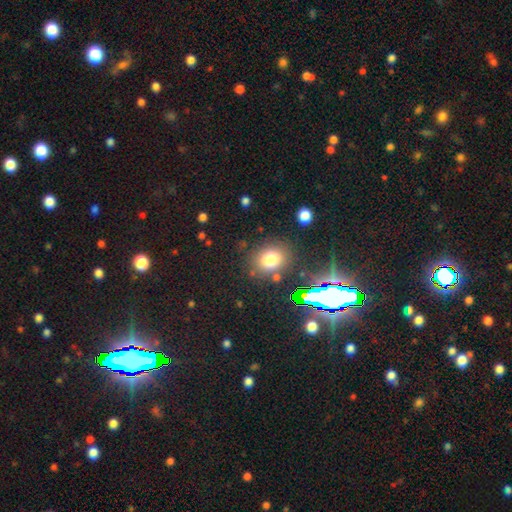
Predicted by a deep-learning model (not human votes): smooth 59%, star or artifact 31%, featured or disk 9%. Down the decision tree: how rounded — round (60%); merging — none (85%).